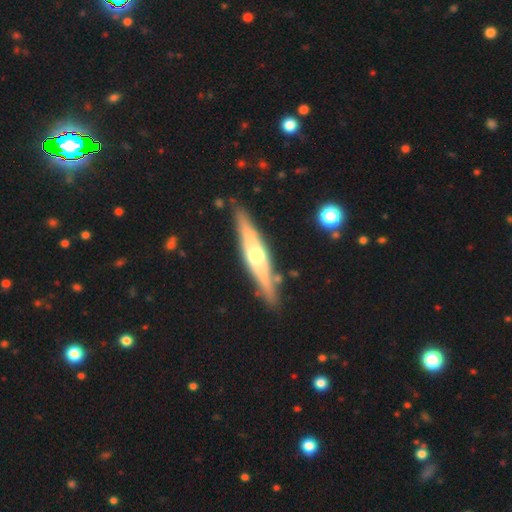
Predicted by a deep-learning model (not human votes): smooth_or_featured: featured or disk (p=0.68) [alt: smooth p=0.26]
disk_edge_on: yes (p=0.96) [alt: no p=0.04]
edge_on_bulge: rounded (p=0.89) [alt: boxy p=0.07]
merging: none (p=0.86) [alt: minor disturbance p=0.09]